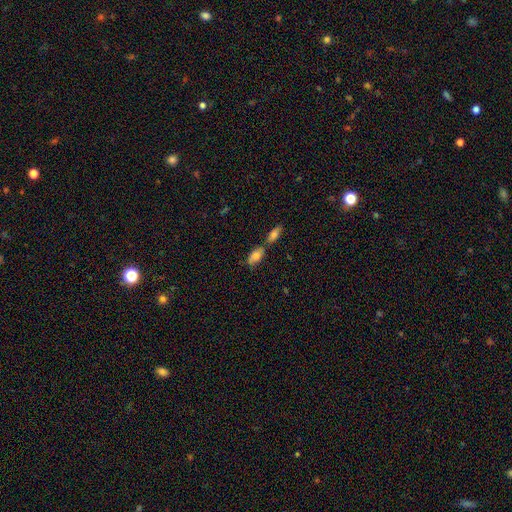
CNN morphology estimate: Smooth or featured?
  - smooth: 79% *
  - featured or disk: 13%
  - star or artifact: 8%
How rounded?
  - in between: 88% *
  - cigar-shaped: 8%
  - round: 4%
Merging?
  - none: 47% *
  - merger: 35%
  - minor disturbance: 14%
  - major disturbance: 4%